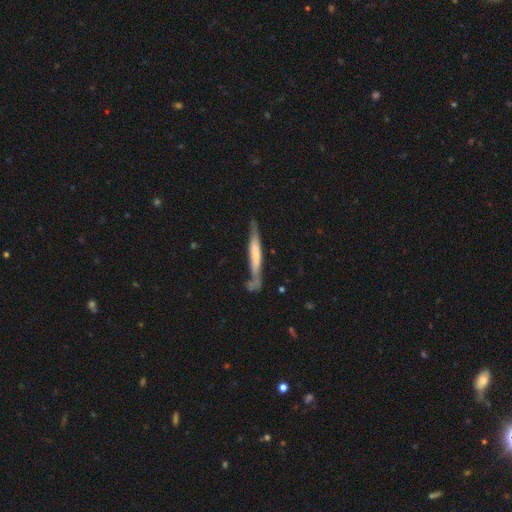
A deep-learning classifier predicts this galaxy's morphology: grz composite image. It shows a featured or disk galaxy (49%). Merging: none (60%).